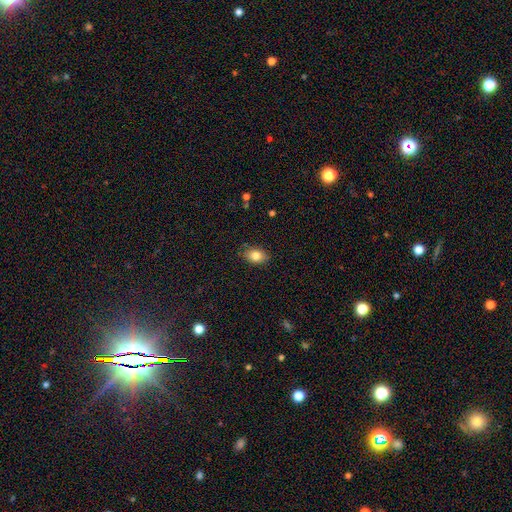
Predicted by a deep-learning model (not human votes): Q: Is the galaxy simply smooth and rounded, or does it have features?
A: smooth — 83%.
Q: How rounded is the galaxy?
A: in between — 79%.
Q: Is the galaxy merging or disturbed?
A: none — 86%.